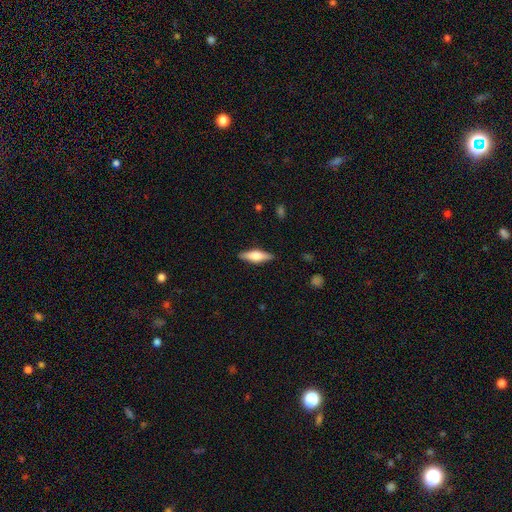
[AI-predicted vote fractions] smooth-or-featured: smooth: 51% | featured or disk: 43% | star or artifact: 6%
  how-rounded: cigar-shaped: 55% | in between: 43% | round: 2%
  merging: none: 88% | minor disturbance: 9% | major disturbance: 2% | merger: 1%